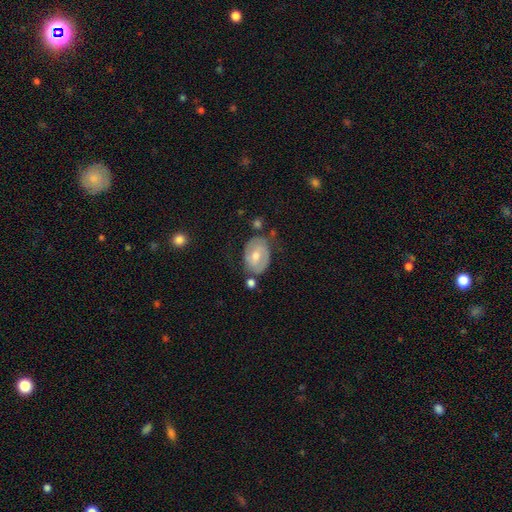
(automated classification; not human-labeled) Smooth or featured?
  - featured or disk: 54% *
  - smooth: 40%
  - star or artifact: 6%
Edge-on disk?
  - no: 95% *
  - yes: 5%
Bar?
  - weak: 48% *
  - no: 35%
  - strong: 17%
Spiral arms?
  - yes: 62% *
  - no: 38%
Bulge size?
  - moderate: 67% *
  - small: 25%
  - large: 5%
  - none: 2%
  - dominant: 1%
Merging?
  - none: 58% *
  - minor disturbance: 25%
  - major disturbance: 9%
  - merger: 8%